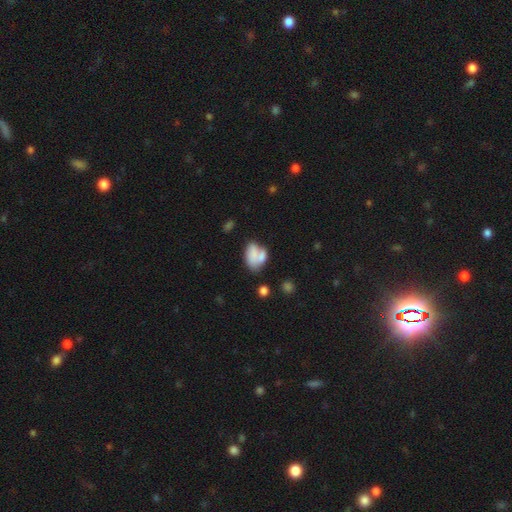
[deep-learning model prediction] smooth_or_featured: smooth (p=0.69) [alt: featured or disk p=0.22]
how_rounded: in between (p=0.84) [alt: round p=0.14]
merging: merger (p=0.47) [alt: none p=0.26]